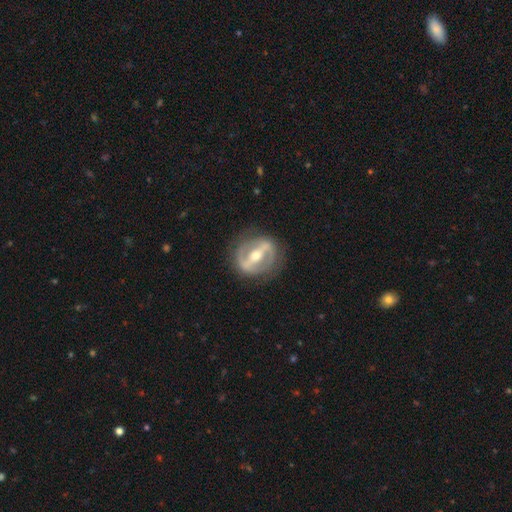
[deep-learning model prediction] smooth_or_featured: featured or disk (p=0.83) [alt: smooth p=0.12]
disk_edge_on: no (p=0.90) [alt: yes p=0.10]
bar: strong (p=0.78) [alt: weak p=0.15]
has_spiral_arms: yes (p=0.54) [alt: no p=0.46]
bulge_size: moderate (p=0.69) [alt: small p=0.24]
merging: none (p=0.82) [alt: minor disturbance p=0.11]